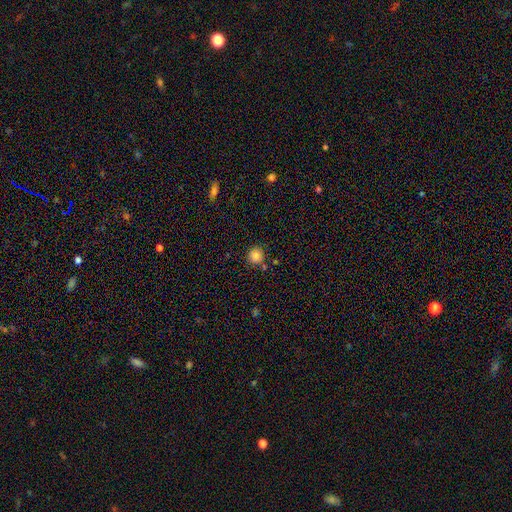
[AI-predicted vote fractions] Smooth or featured? smooth (84%)
How rounded? round (93%)
Merging? none (81%)